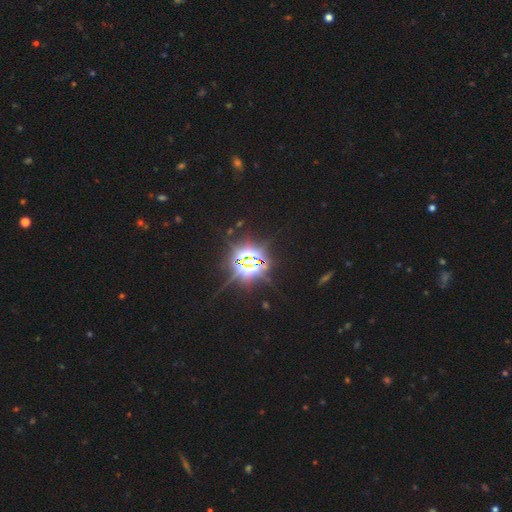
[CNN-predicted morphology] This appears to be a star or artifact, not a galaxy (85%).